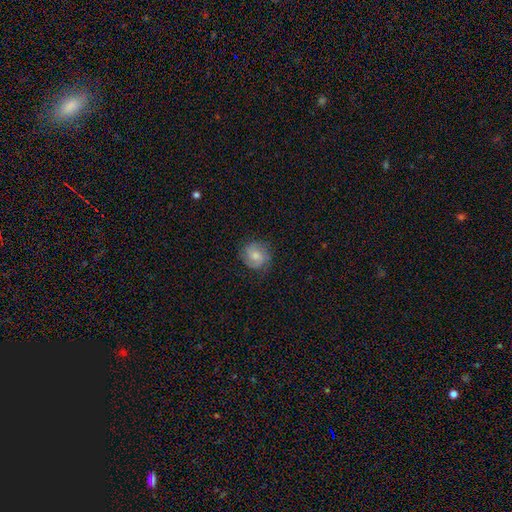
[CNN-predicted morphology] smooth 49%, featured or disk 43%, star or artifact 8%. Down the decision tree: merging — none (75%).